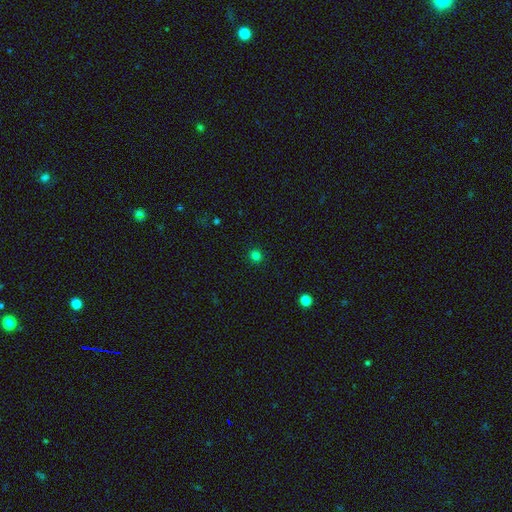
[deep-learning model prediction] Morphology: type=smooth (79%); roundness=round (93%); merging=none (92%).